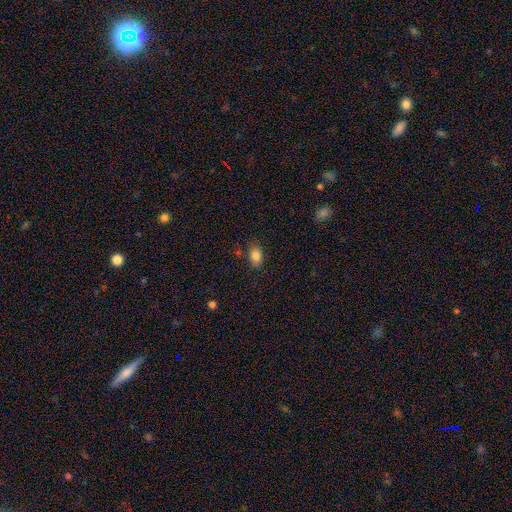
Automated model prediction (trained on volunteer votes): Smooth or featured? Predicted: smooth (p=0.84). How rounded? Predicted: in between (p=0.82). Merging? Predicted: none (p=0.79).